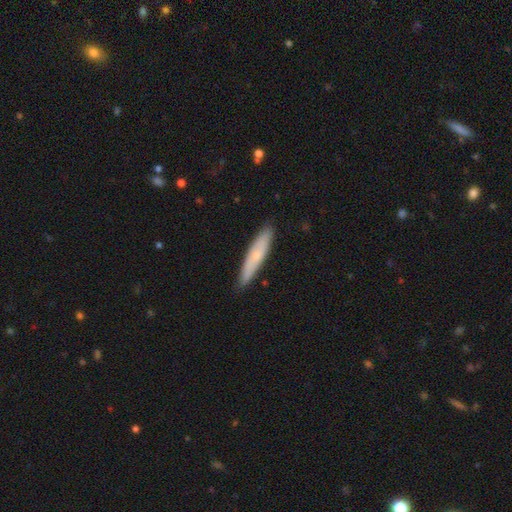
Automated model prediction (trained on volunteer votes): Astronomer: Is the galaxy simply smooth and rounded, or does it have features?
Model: smooth — 65%.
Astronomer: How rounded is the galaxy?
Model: cigar-shaped — 87%.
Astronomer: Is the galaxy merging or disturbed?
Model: none — 87%.